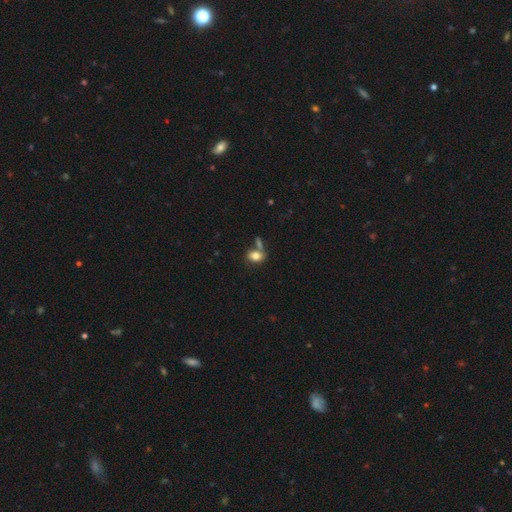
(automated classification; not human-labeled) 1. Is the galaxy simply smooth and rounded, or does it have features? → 79% smooth, 11% featured or disk, 9% star or artifact.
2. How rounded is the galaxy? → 77% in between, 21% round, 2% cigar-shaped.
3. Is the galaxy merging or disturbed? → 50% none, 30% merger, 14% minor disturbance, 5% major disturbance.